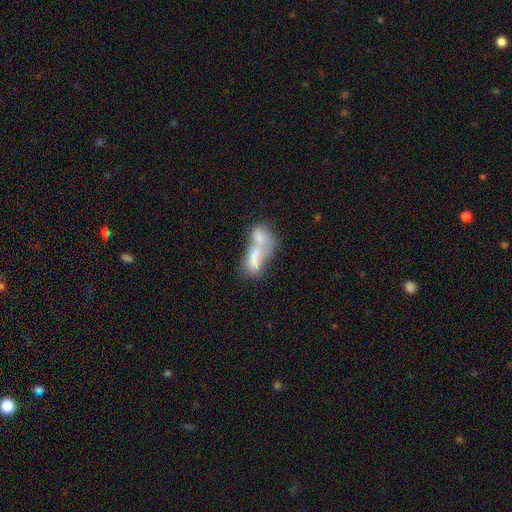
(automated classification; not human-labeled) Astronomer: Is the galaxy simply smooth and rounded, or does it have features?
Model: smooth — 65%.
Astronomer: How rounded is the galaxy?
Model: in between — 80%.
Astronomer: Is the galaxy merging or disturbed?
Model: merger — 75%.